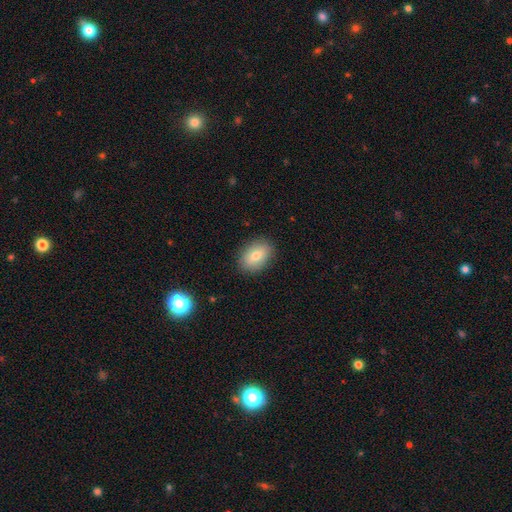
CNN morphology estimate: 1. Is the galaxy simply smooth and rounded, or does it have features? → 78% smooth, 14% featured or disk, 8% star or artifact.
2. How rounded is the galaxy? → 84% in between, 15% round, 2% cigar-shaped.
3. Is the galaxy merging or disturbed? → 88% none, 9% minor disturbance, 2% major disturbance, 1% merger.